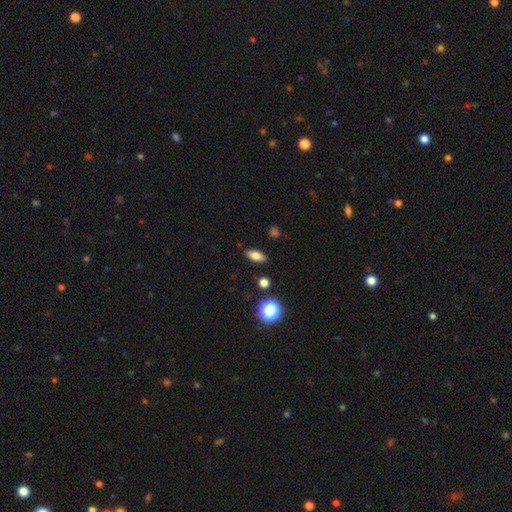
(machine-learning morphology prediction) Q: Smooth or featured?
A: smooth (73%); runner-up: featured or disk (16%)
Q: How rounded?
A: in between (79%); runner-up: cigar-shaped (14%)
Q: Merging?
A: none (87%); runner-up: minor disturbance (9%)